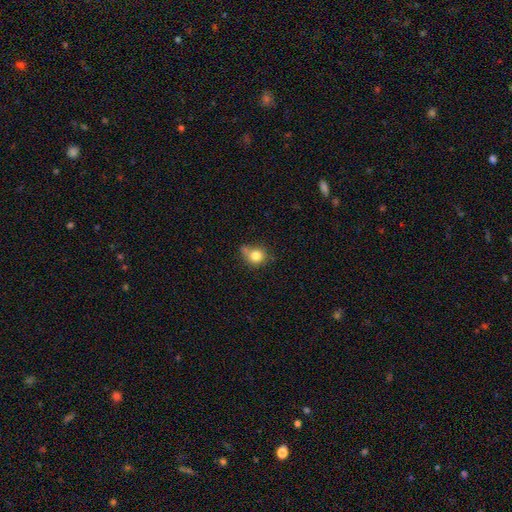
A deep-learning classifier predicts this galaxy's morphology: Q: Smooth or featured?
A: smooth (80%); runner-up: star or artifact (10%)
Q: How rounded?
A: round (78%); runner-up: in between (21%)
Q: Merging?
A: none (48%); runner-up: minor disturbance (29%)